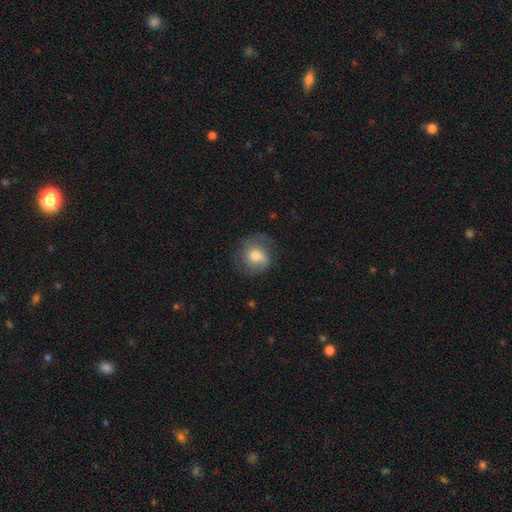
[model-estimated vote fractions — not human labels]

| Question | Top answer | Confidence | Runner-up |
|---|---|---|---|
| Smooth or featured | smooth | 58% | featured or disk (34%) |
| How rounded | round | 82% | in between (17%) |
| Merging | none | 63% | minor disturbance (23%) |